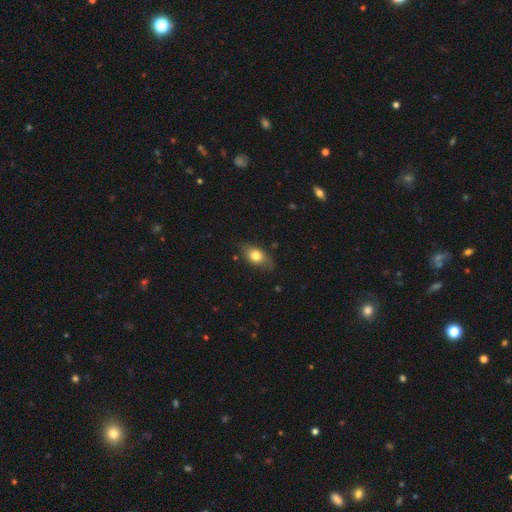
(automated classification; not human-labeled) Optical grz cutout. It shows a smooth galaxy with no disk features (72%) that is in between round and cigar-shaped (79%). Merging: none (73%).